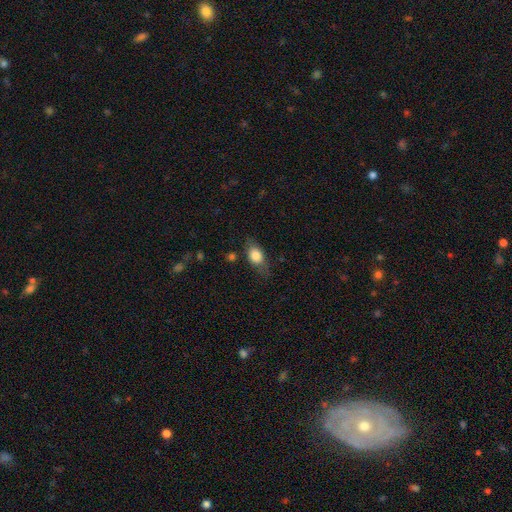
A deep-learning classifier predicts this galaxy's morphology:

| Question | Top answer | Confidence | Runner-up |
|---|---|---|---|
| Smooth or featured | smooth | 78% | featured or disk (15%) |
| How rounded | in between | 76% | round (19%) |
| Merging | none | 67% | minor disturbance (22%) |